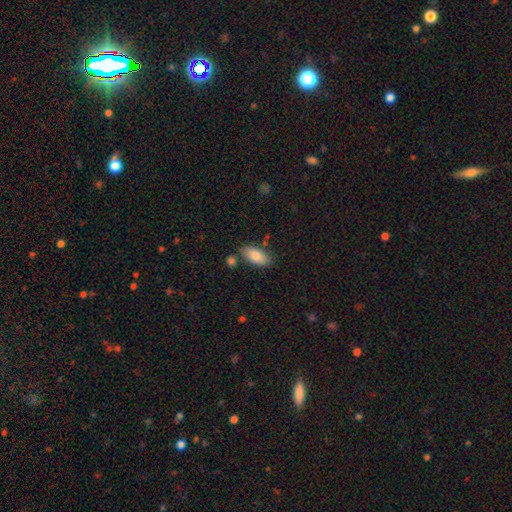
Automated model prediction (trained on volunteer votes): This appears to be a smooth galaxy with no disk features (85%) that is in between round and cigar-shaped (91%). Merging: none (76%).